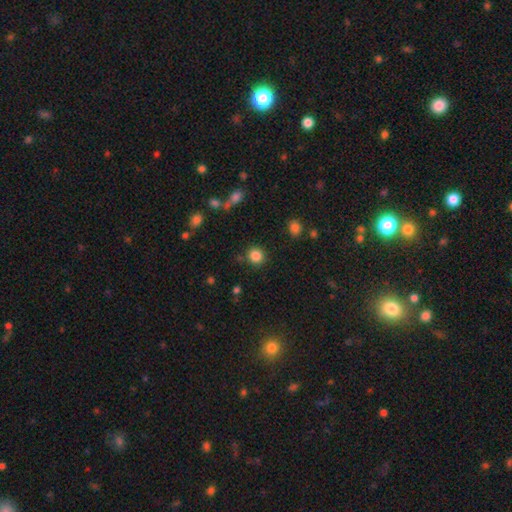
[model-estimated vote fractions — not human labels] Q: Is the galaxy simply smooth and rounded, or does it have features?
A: smooth — 85%.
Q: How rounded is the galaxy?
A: round — 89%.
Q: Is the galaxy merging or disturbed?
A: none — 86%.